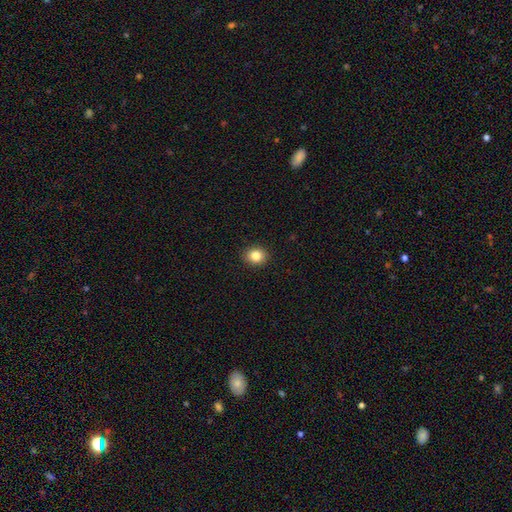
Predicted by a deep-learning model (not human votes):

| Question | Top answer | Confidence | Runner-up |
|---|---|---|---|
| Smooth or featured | smooth | 83% | star or artifact (11%) |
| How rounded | round | 73% | in between (27%) |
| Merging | none | 92% | minor disturbance (6%) |